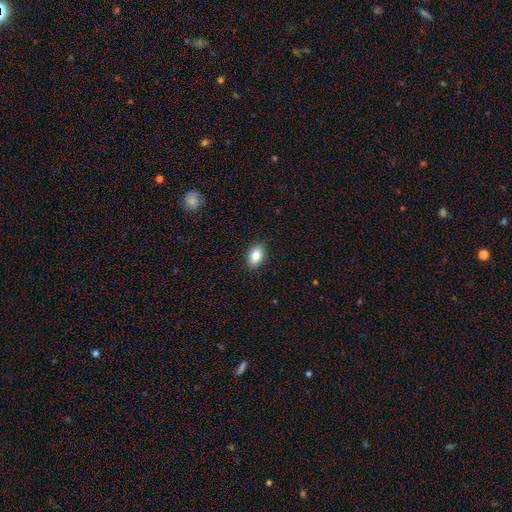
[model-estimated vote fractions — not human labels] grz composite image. It shows a smooth galaxy with no disk features (83%) that is in between round and cigar-shaped (86%). Merging: none (89%).